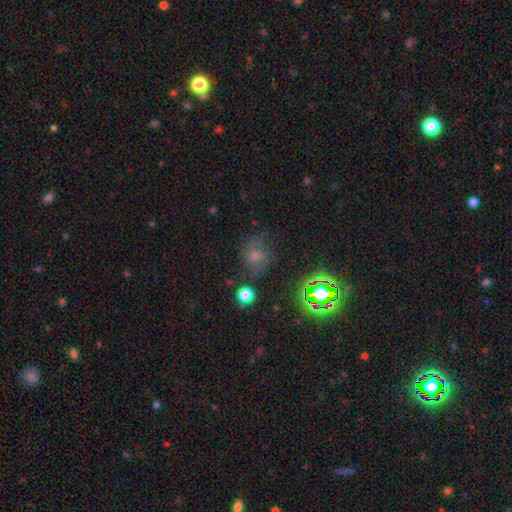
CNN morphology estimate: The model was most divided on "smooth or featured": smooth: 40%, featured or disk: 32%, star or artifact: 28%. More confident: merging — none (61%).